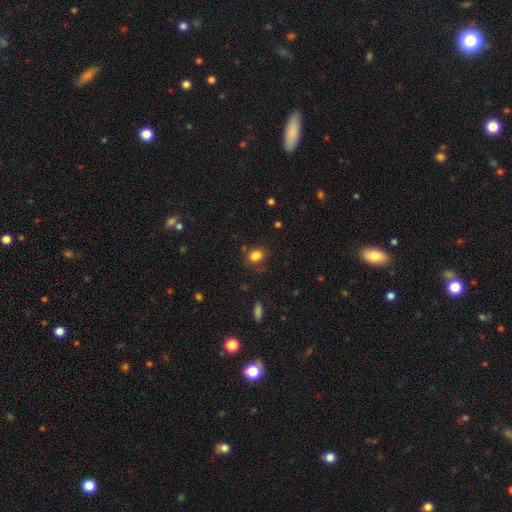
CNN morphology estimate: This appears to be a smooth galaxy with no disk features (84%) that is in between round and cigar-shaped (59%). Merging: none (72%).